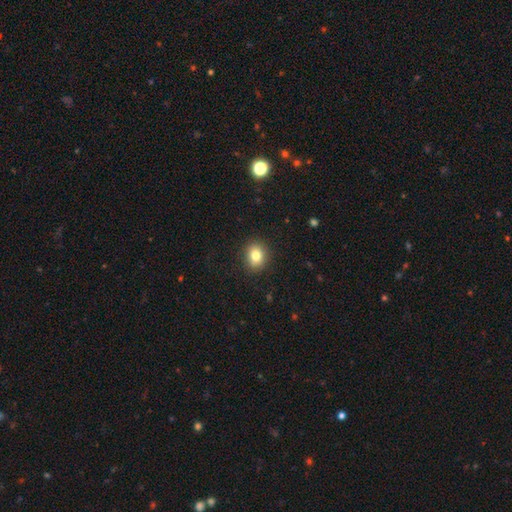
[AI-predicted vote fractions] A smooth galaxy with no disk features (82%) that is round (59%). Merging: none (89%).